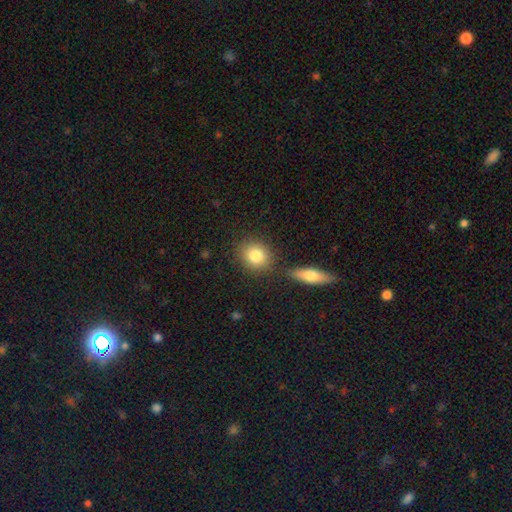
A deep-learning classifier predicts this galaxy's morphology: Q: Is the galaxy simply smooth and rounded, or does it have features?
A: smooth — 83%.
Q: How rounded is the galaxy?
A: round — 72%.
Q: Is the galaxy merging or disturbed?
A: none — 79%.